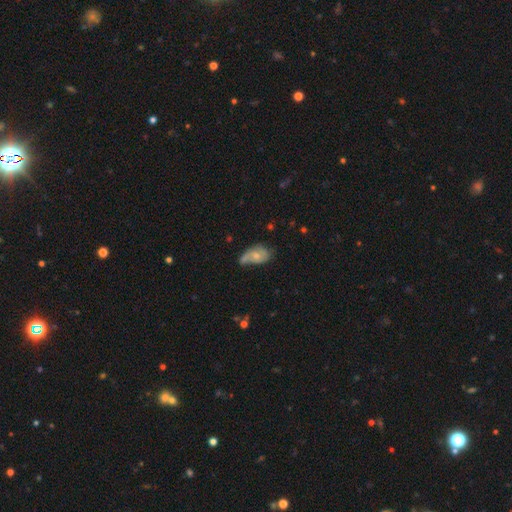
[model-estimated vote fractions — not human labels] Q: Smooth or featured?
A: smooth (46%); tied with: featured or disk (46%)
Q: Merging?
A: minor disturbance (37%); runner-up: none (32%)